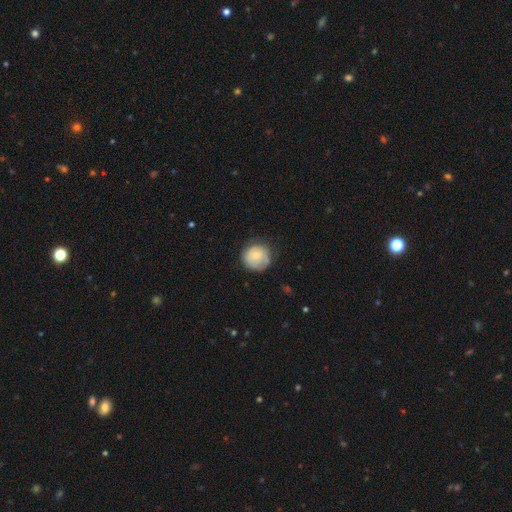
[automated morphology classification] smooth_or_featured: smooth (p=0.65) [alt: featured or disk p=0.28]
how_rounded: round (p=0.92) [alt: in between p=0.07]
merging: none (p=0.71) [alt: minor disturbance p=0.22]